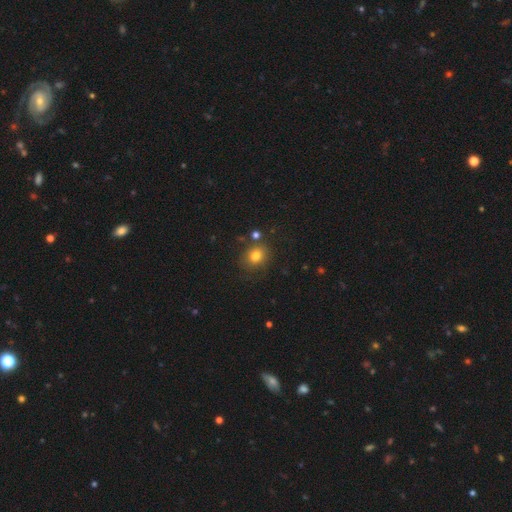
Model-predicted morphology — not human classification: This is likely a smooth galaxy (78%). How rounded: likely round (73%). Merging: likely none (78%).